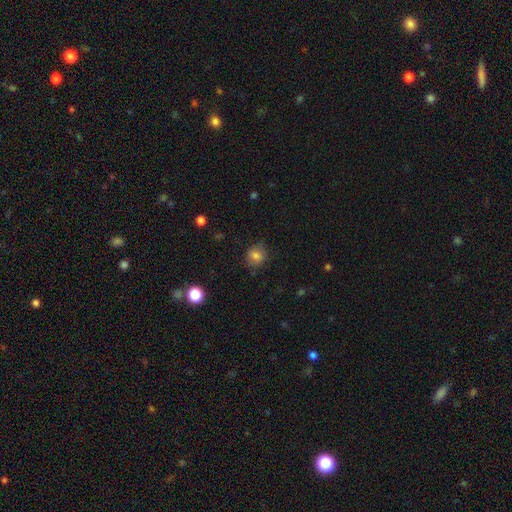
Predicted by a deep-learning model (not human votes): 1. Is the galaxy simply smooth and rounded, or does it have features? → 80% smooth, 11% star or artifact, 9% featured or disk.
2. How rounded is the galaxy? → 72% round, 27% in between, 1% cigar-shaped.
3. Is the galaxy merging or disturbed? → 80% none, 15% minor disturbance, 4% major disturbance, 1% merger.